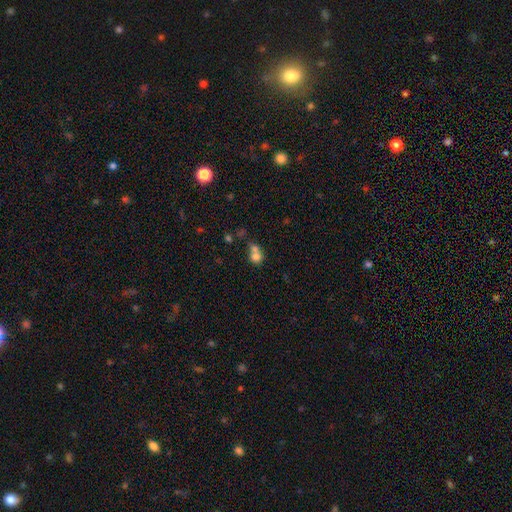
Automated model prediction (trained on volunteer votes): The model was most divided on "merging": merger: 62%, none: 27%, minor disturbance: 7%, major disturbance: 4%. More confident: smooth or featured — smooth (74%); how rounded — round (73%).